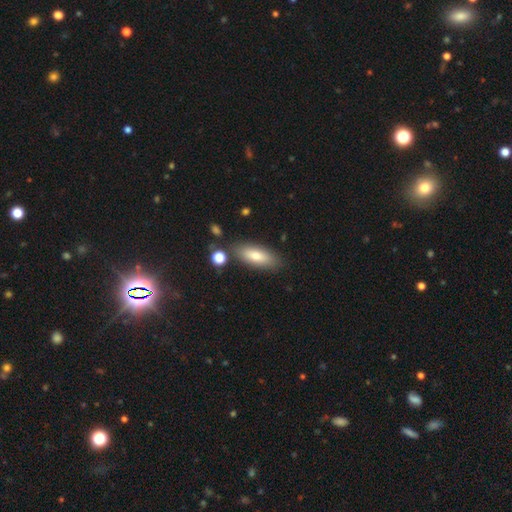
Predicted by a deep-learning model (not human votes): Smooth or featured? Predicted: smooth (p=0.77). How rounded? Predicted: in between (p=0.74). Merging? Predicted: none (p=0.81).